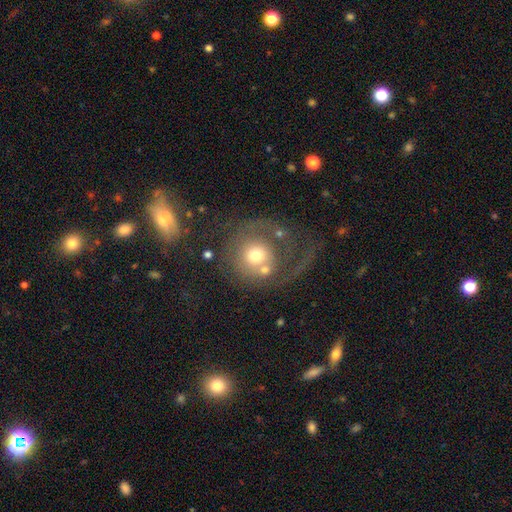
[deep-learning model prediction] smooth_or_featured: featured or disk (p=0.51) [alt: smooth p=0.39]
disk_edge_on: no (p=0.97) [alt: yes p=0.03]
merging: none (p=0.40) [alt: major disturbance p=0.34]